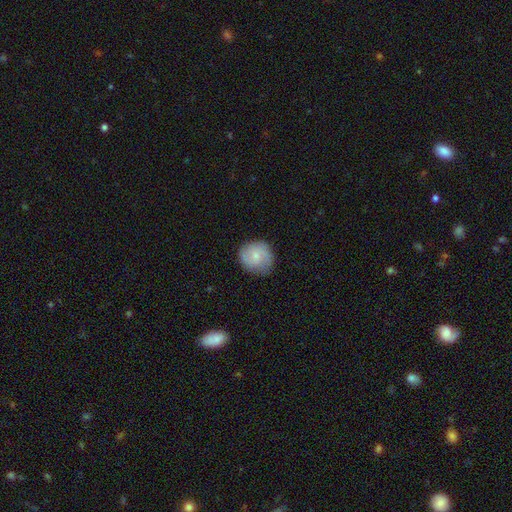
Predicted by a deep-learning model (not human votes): This is possibly a smooth galaxy (57%). How rounded: clearly round (87%). Merging: likely none (79%).